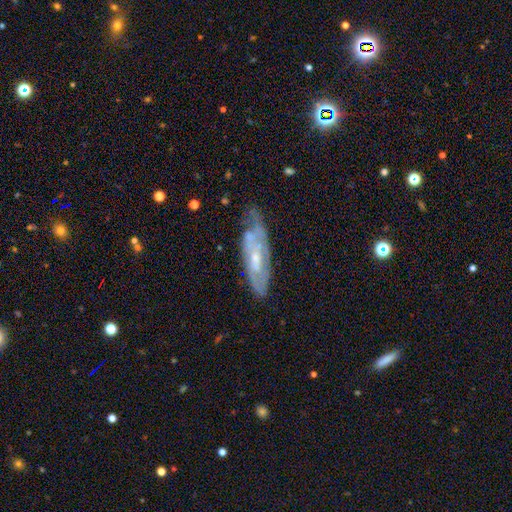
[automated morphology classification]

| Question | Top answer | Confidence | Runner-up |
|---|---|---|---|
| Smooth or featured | featured or disk | 73% | smooth (17%) |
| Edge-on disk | no | 73% | yes (27%) |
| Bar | no | 57% | weak (33%) |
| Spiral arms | yes | 84% | no (16%) |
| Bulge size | small | 64% | moderate (30%) |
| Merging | none | 72% | minor disturbance (20%) |